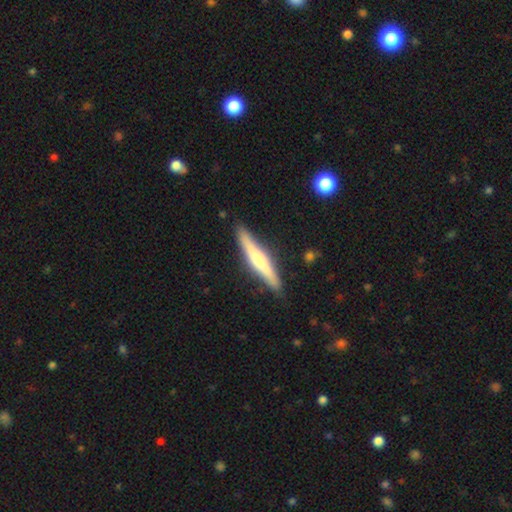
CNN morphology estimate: smooth-or-featured: featured or disk: 56% | smooth: 39% | star or artifact: 5%
  disk-edge-on: yes: 97% | no: 3%
    edge-on-bulge: rounded: 66% | none: 19% | boxy: 15%
  merging: none: 89% | minor disturbance: 8% | major disturbance: 2% | merger: 1%